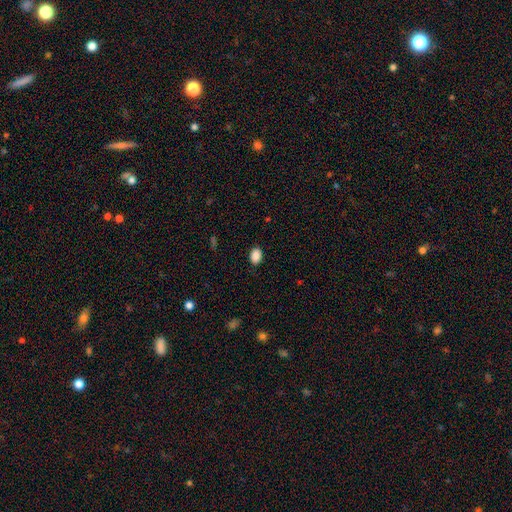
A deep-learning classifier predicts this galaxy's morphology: smooth_or_featured: smooth (p=0.89) [alt: star or artifact p=0.08]
how_rounded: in between (p=0.85) [alt: round p=0.14]
merging: none (p=0.88) [alt: minor disturbance p=0.09]